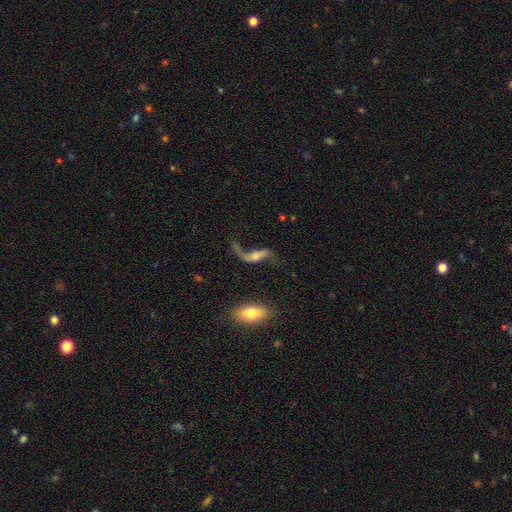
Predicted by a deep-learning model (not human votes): Smooth or featured: featured or disk — 78% (smooth — 14%)
Edge-on disk: no — 90% (yes — 10%)
Bar: no — 45% (weak — 33%)
Spiral arms: yes — 88% (no — 12%)
Spiral winding: loose — 94% (medium — 4%)
Spiral arm count: 2 — 81% (1 — 15%)
Bulge size: small — 46% (moderate — 28%)
Merging: none — 44% (major disturbance — 30%)